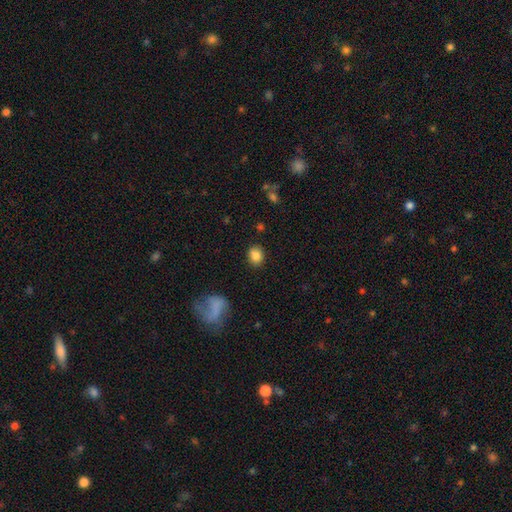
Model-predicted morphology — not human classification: type=smooth (85%); roundness=round (56%); merging=none (87%).